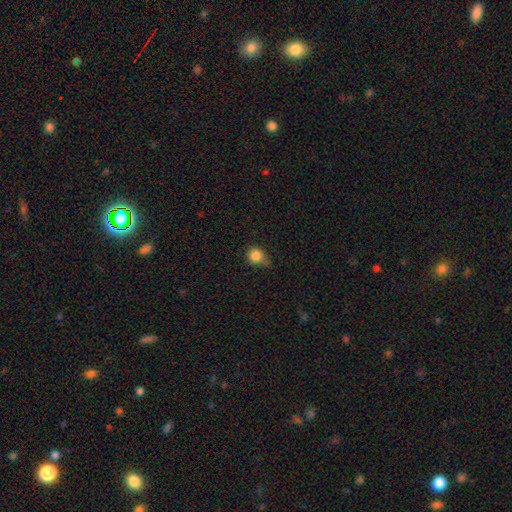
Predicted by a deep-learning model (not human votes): Smooth or featured: smooth — 84% (star or artifact — 11%)
How rounded: round — 80% (in between — 18%)
Merging: none — 45% (minor disturbance — 40%)